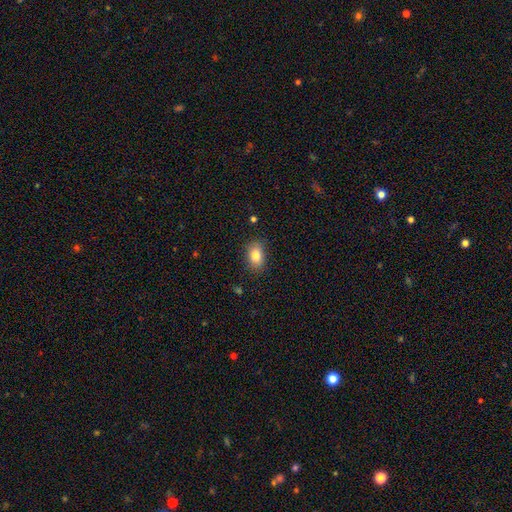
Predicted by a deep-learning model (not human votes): Smooth or featured? Predicted: smooth (p=0.83). How rounded? Predicted: in between (p=0.81). Merging? Predicted: none (p=0.84).